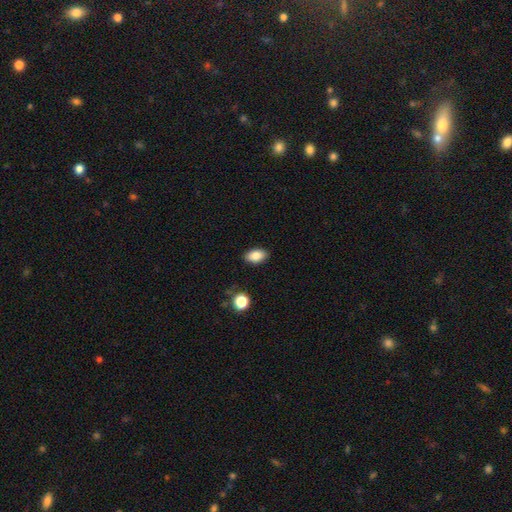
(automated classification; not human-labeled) Morphology: type=smooth (85%); roundness=in between (90%); merging=none (87%).